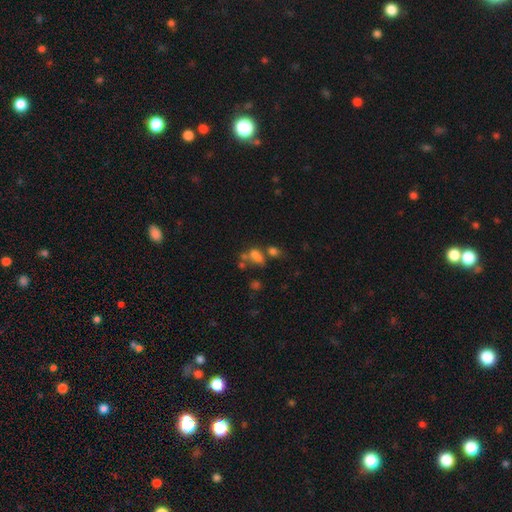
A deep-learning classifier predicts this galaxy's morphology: Smooth or featured? smooth (63%)
How rounded? in between (72%)
Merging? merger (41%)